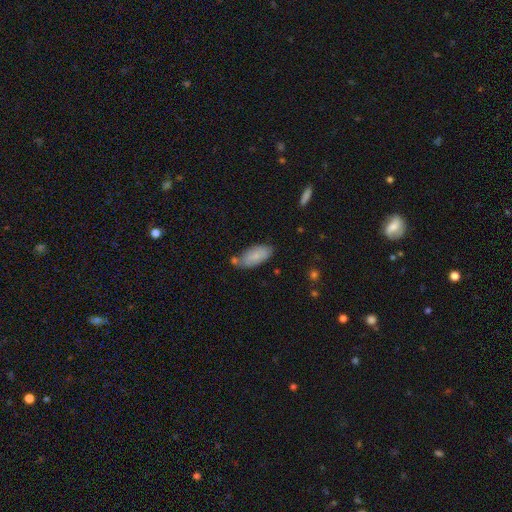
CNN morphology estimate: smooth 83%, featured or disk 11%, star or artifact 6%. Down the decision tree: how rounded — in between (88%); merging — none (66%).